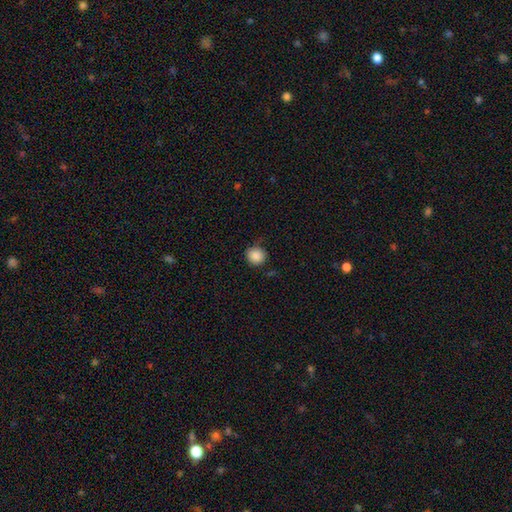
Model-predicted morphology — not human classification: Smooth or featured?
  - smooth: 88% *
  - star or artifact: 9%
  - featured or disk: 3%
How rounded?
  - round: 90% *
  - in between: 9%
  - cigar-shaped: 1%
Merging?
  - none: 81% *
  - minor disturbance: 14%
  - major disturbance: 3%
  - merger: 2%